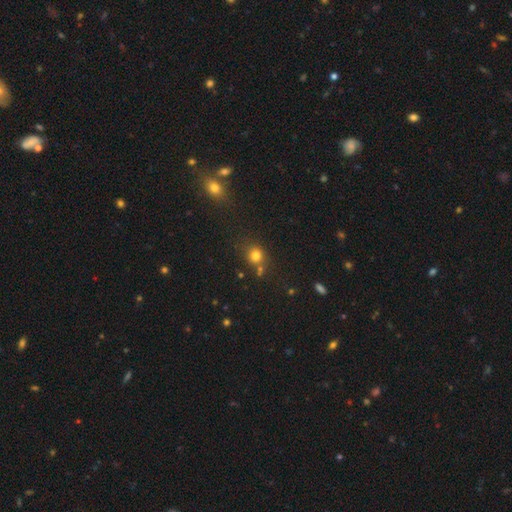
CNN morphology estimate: The model was most divided on "merging": none: 68%, merger: 14%, minor disturbance: 13%, major disturbance: 5%. More confident: how rounded — round (82%); smooth or featured — smooth (78%).